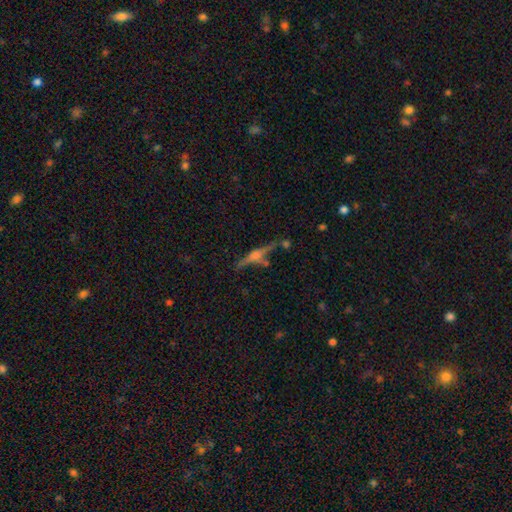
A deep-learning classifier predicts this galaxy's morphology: featured or disk 72%, smooth 18%, star or artifact 10%. Down the decision tree: edge-on disk — yes (96%); edge-on bulge — rounded (80%); merging — none (75%).